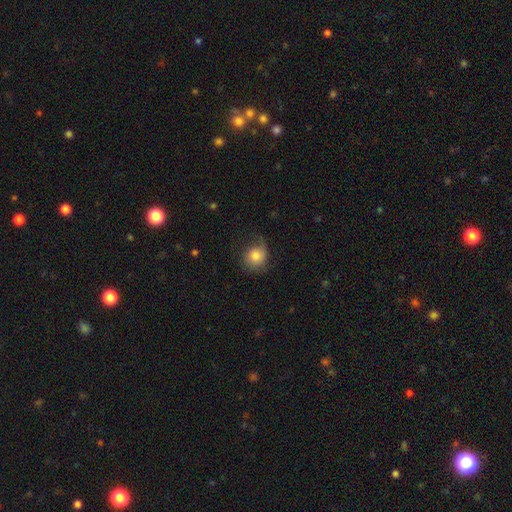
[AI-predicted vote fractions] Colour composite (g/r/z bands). It shows a smooth galaxy with no disk features (76%) that is round (78%). Merging: none (57%).